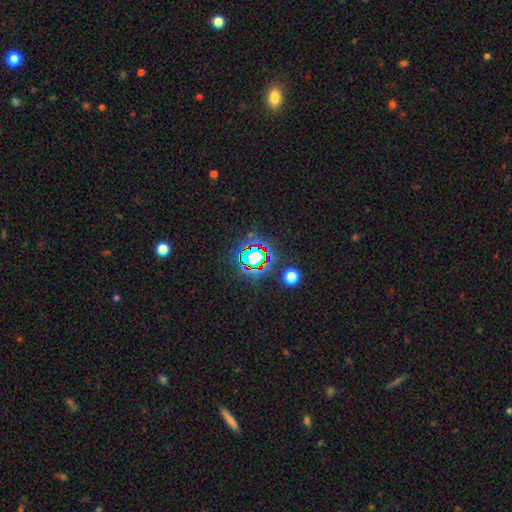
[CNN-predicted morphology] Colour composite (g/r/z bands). It shows a star or artifact, not a galaxy (69%).